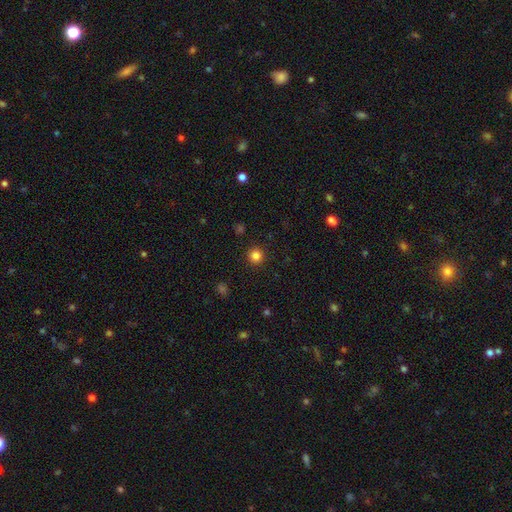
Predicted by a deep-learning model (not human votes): Smooth or featured? smooth (84%)
How rounded? round (95%)
Merging? none (92%)